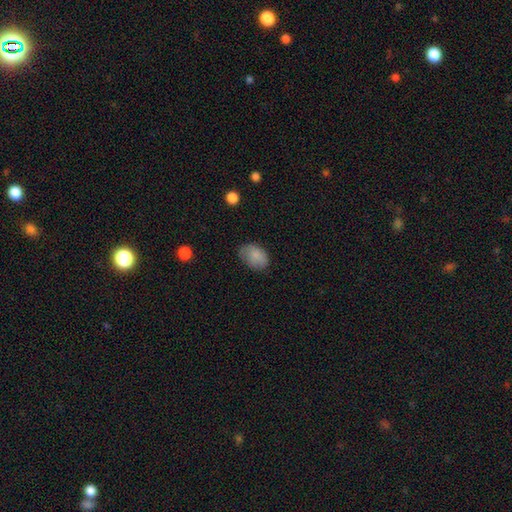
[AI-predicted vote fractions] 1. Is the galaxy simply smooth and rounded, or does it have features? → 81% smooth, 11% featured or disk, 8% star or artifact.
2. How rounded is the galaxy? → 81% in between, 18% round, 1% cigar-shaped.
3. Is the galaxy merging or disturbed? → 64% none, 28% minor disturbance, 7% major disturbance, 1% merger.